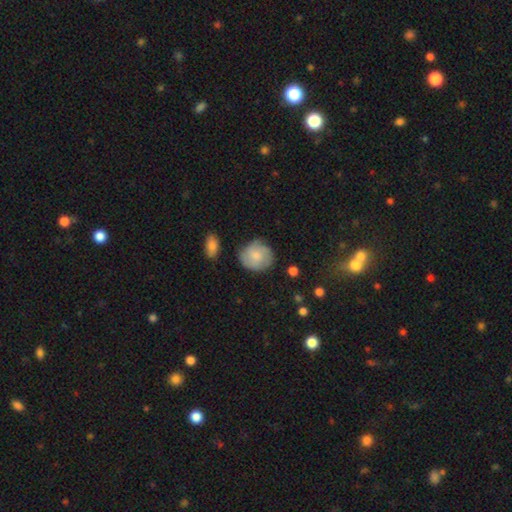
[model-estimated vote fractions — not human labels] Overall: smooth (62%; featured or disk 32%). How rounded: round (83%). Merging: none (74%).